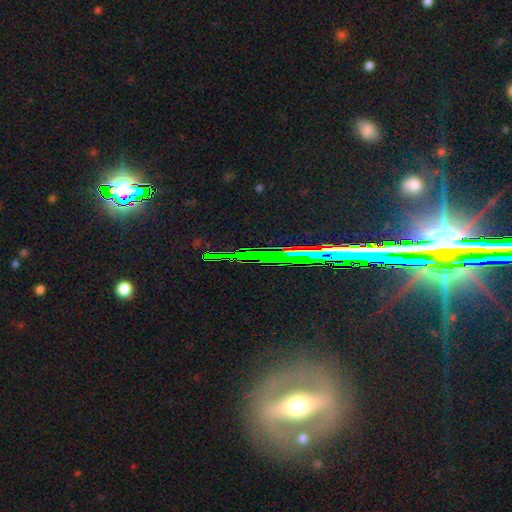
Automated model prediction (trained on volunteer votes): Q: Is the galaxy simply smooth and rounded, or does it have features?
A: star or artifact — 80%.